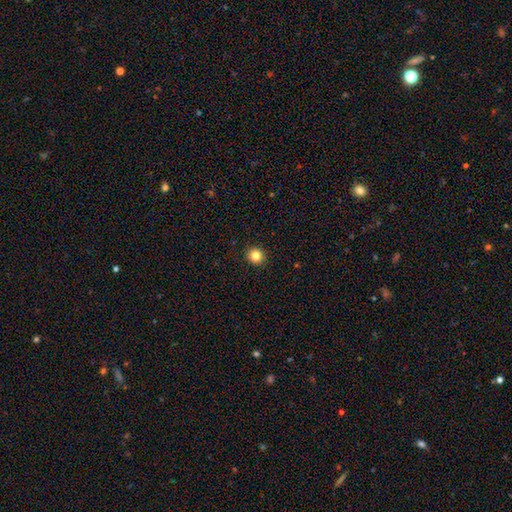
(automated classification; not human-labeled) Smooth or featured? Predicted: smooth (p=0.83). How rounded? Predicted: round (p=0.90). Merging? Predicted: none (p=0.93).